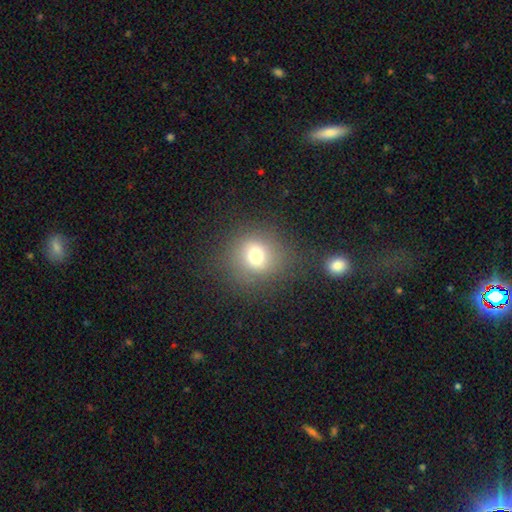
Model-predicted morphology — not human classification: A smooth galaxy with no disk features (71%) that is round (86%). Merging: none (79%).